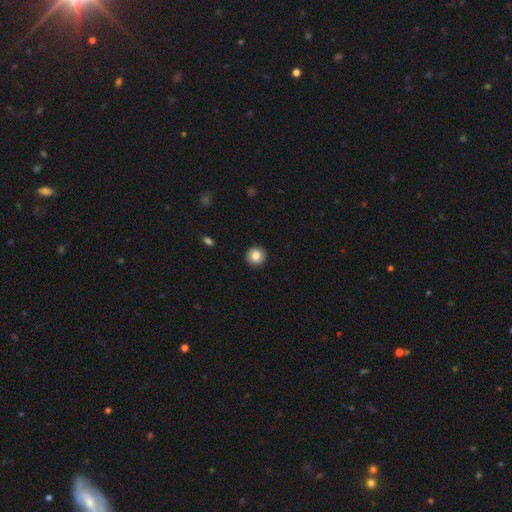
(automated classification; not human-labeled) smooth 84%, star or artifact 8%, featured or disk 8%. Down the decision tree: how rounded — round (93%); merging — none (91%).